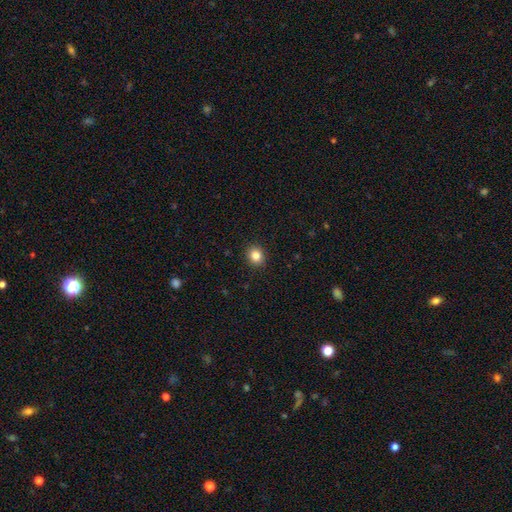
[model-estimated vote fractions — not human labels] A smooth galaxy with no disk features (84%) that is round (77%). Merging: none (91%).